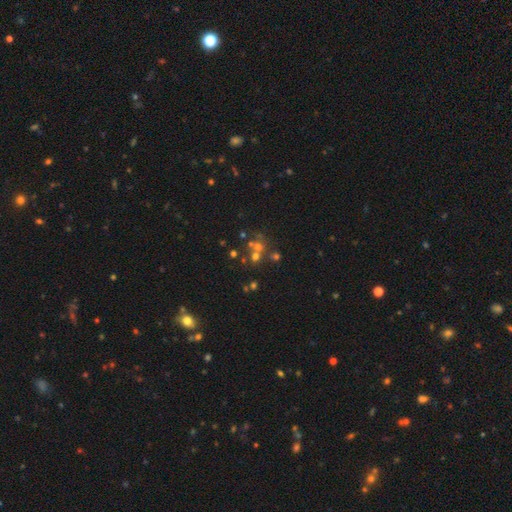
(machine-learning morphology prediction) A smooth galaxy with no disk features (44%). Merging: none (50%).